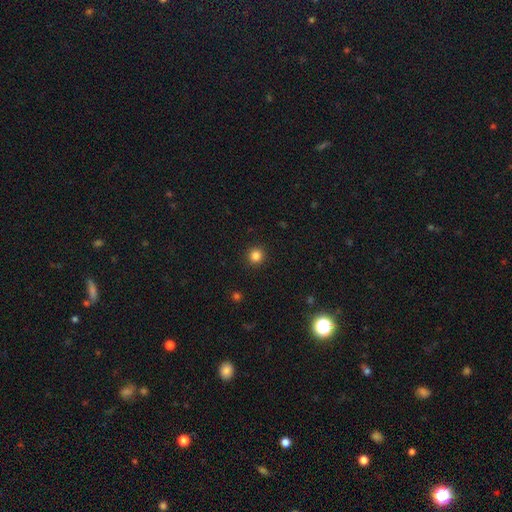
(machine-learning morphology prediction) Overall: smooth (84%). How rounded: round (93%). Merging: none (92%).